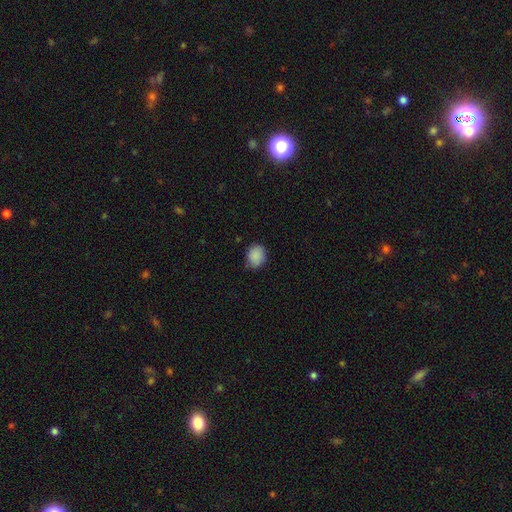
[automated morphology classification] smooth_or_featured: smooth (p=0.88) [alt: star or artifact p=0.08]
how_rounded: round (p=0.59) [alt: in between p=0.40]
merging: none (p=0.76) [alt: minor disturbance p=0.20]